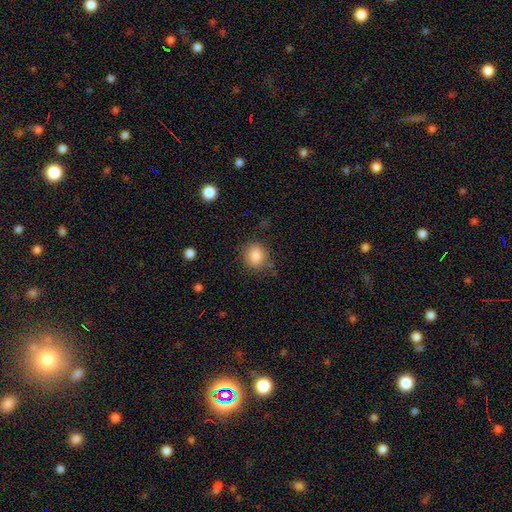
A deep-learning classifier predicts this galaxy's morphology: This appears to be a smooth galaxy with no disk features (85%) that is round (77%). Merging: none (79%).